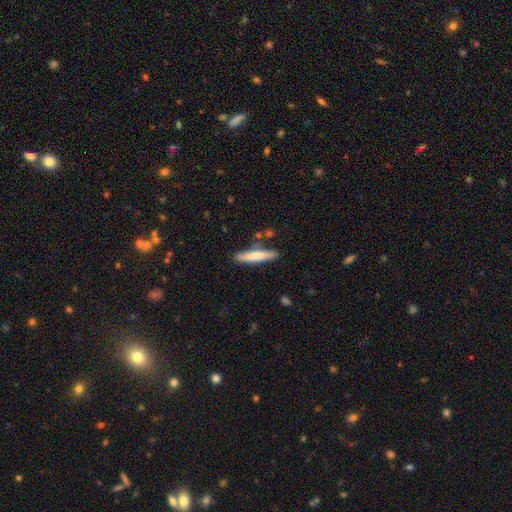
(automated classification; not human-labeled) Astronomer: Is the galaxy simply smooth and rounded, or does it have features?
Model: smooth — 71%.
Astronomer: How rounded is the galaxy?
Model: cigar-shaped — 87%.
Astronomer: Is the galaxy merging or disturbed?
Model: none — 82%.